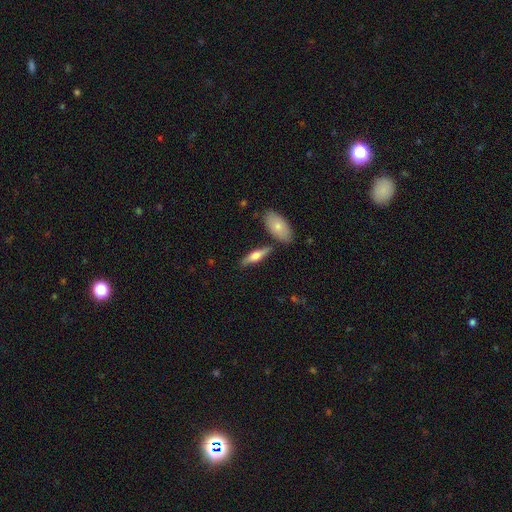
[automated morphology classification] smooth 50%, featured or disk 44%, star or artifact 6%. Down the decision tree: merging — none (77%).